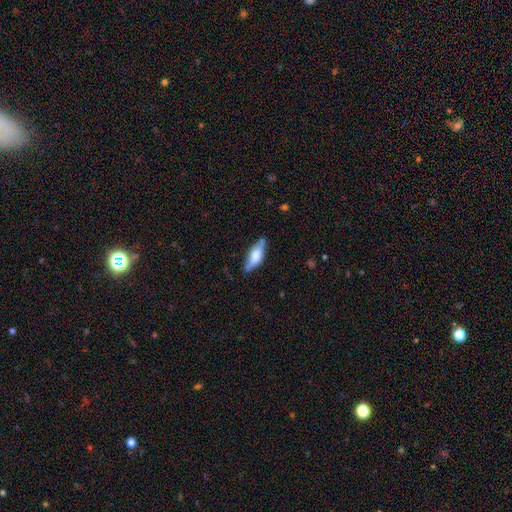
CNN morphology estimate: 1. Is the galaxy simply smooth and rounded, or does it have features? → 56% smooth, 38% featured or disk, 6% star or artifact.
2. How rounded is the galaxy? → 65% in between, 33% cigar-shaped, 2% round.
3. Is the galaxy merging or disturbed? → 73% none, 21% minor disturbance, 4% major disturbance, 2% merger.